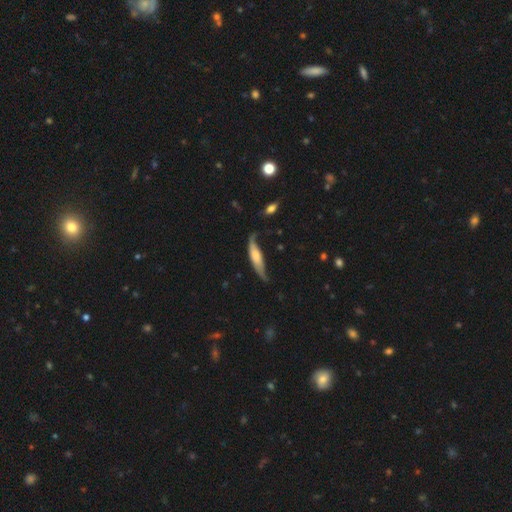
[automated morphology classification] A smooth galaxy with no disk features (50%). Merging: none (43%).